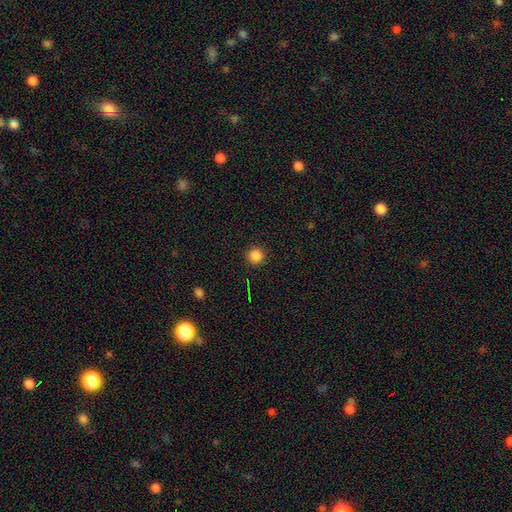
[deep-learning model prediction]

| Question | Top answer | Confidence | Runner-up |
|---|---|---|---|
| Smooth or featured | smooth | 85% | star or artifact (12%) |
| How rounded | round | 96% | in between (3%) |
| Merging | none | 92% | minor disturbance (5%) |